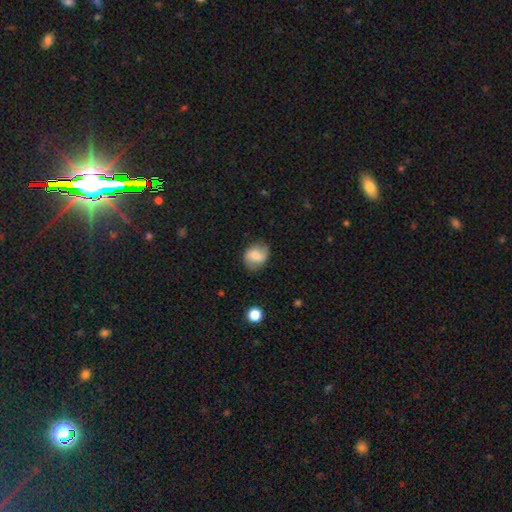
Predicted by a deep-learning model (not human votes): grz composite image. It shows a smooth galaxy with no disk features (52%) that is round (60%). Merging: none (79%).